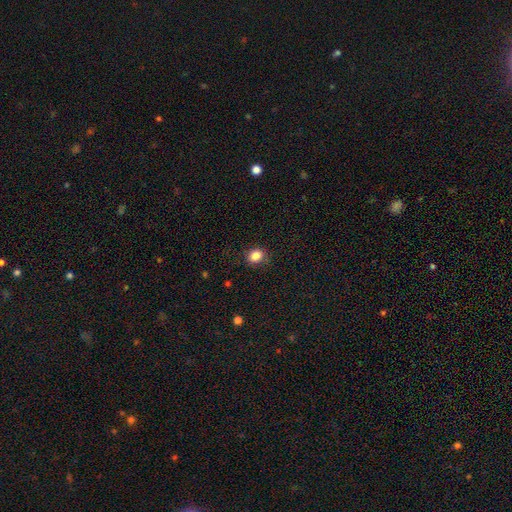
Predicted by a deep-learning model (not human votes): smooth-or-featured: smooth: 85% | star or artifact: 10% | featured or disk: 4%
  how-rounded: round: 60% | in between: 39% | cigar-shaped: 1%
  merging: none: 84% | minor disturbance: 12% | major disturbance: 3% | merger: 1%